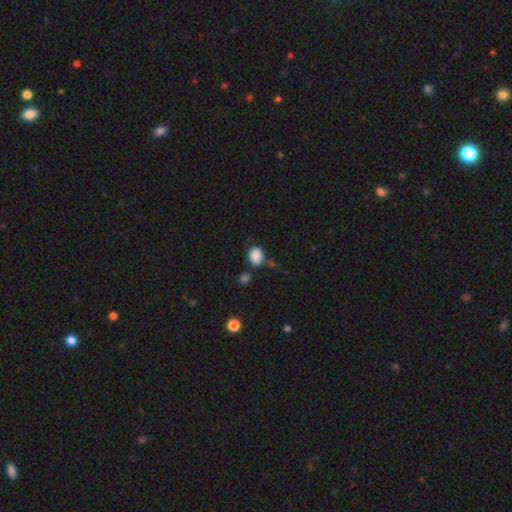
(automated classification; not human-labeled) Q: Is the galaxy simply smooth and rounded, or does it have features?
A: smooth — 86%.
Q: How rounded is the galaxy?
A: in between — 64%.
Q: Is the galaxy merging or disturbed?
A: none — 66%.